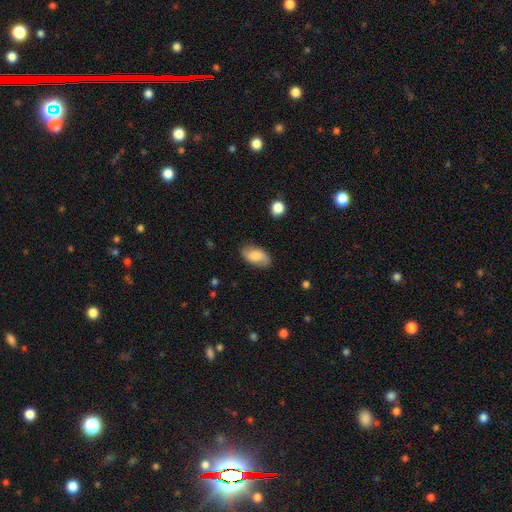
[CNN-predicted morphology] Overall: smooth (66%; featured or disk 27%). How rounded: in between (93%). Merging: none (79%).